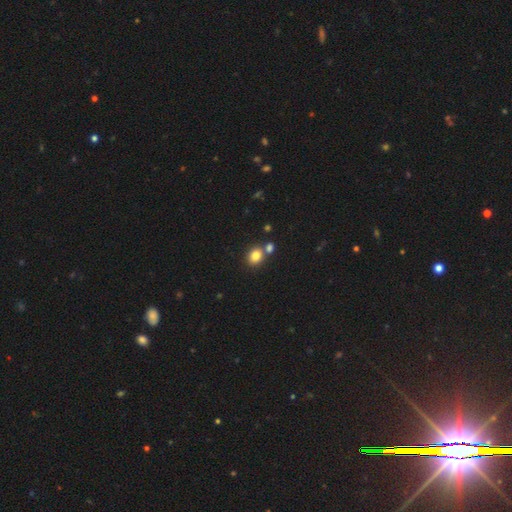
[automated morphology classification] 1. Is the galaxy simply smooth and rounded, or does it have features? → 83% smooth, 11% star or artifact, 7% featured or disk.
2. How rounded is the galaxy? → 55% round, 44% in between, 1% cigar-shaped.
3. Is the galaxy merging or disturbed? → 64% none, 24% merger, 9% minor disturbance, 3% major disturbance.